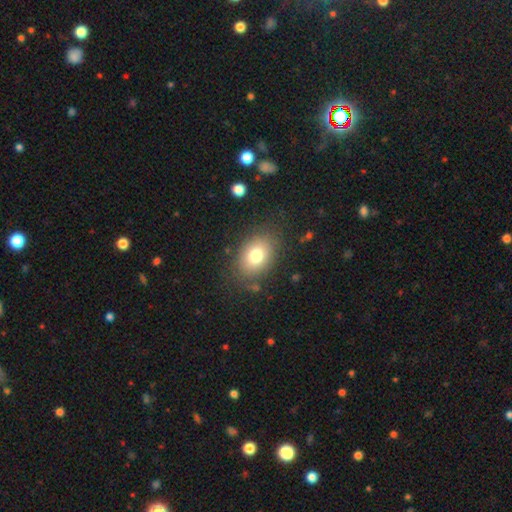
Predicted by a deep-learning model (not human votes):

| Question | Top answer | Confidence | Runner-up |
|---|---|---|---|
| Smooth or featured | smooth | 77% | featured or disk (13%) |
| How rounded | in between | 74% | round (25%) |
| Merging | none | 81% | minor disturbance (12%) |